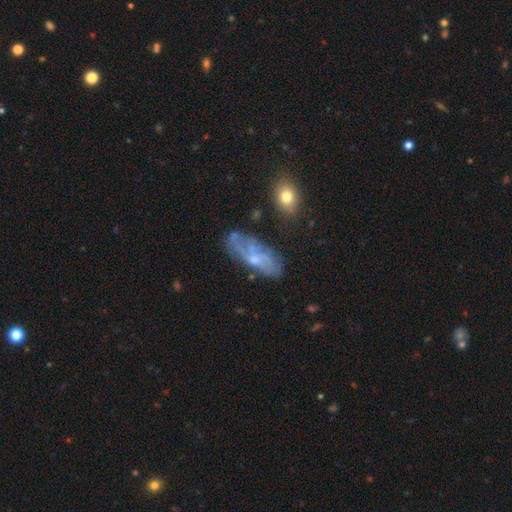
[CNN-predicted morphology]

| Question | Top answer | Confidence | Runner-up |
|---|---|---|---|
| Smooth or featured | featured or disk | 59% | smooth (31%) |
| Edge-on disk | no | 85% | yes (15%) |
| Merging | none | 60% | minor disturbance (24%) |